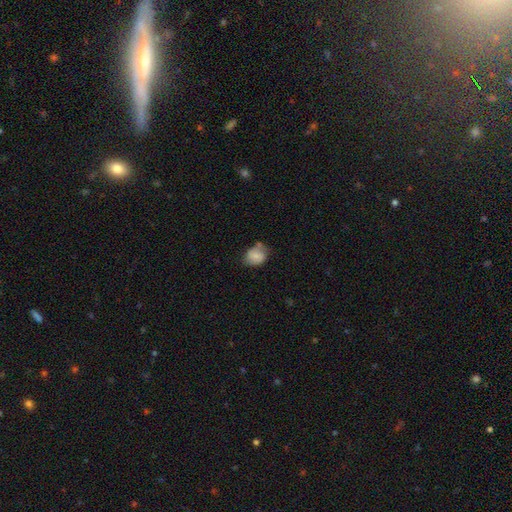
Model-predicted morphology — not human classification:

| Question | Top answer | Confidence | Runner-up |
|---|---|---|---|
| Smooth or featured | smooth | 72% | featured or disk (19%) |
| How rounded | in between | 55% | round (44%) |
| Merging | none | 51% | minor disturbance (32%) |